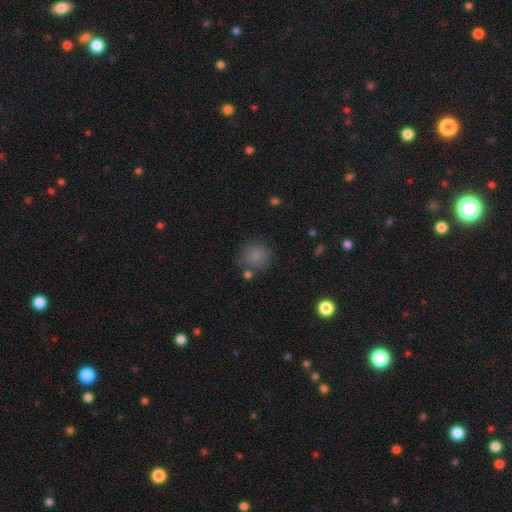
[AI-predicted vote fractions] A smooth galaxy with no disk features (83%) that is round (85%). Merging: none (72%).